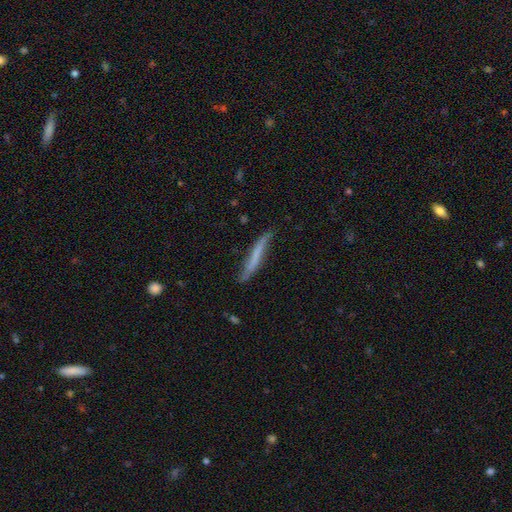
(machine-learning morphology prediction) This is possibly a smooth galaxy (51%). How rounded: clearly cigar-shaped (94%). Merging: likely none (66%).